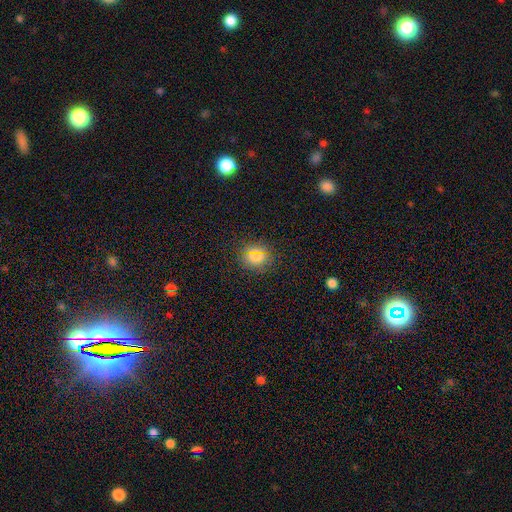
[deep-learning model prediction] smooth_or_featured: smooth (p=0.71) [alt: star or artifact p=0.22]
how_rounded: round (p=0.74) [alt: in between p=0.24]
merging: none (p=0.88) [alt: minor disturbance p=0.08]